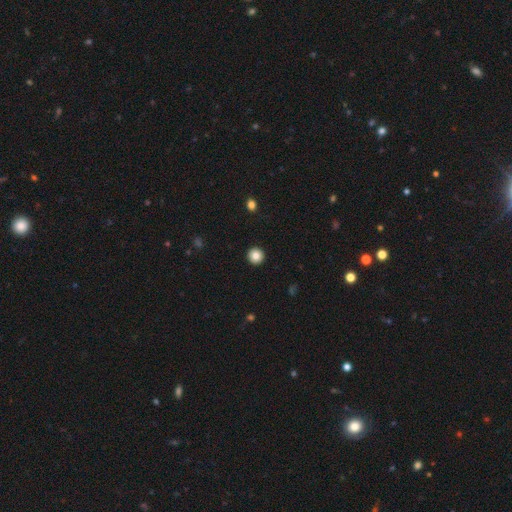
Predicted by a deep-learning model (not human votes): Q: Smooth or featured?
A: smooth (84%); runner-up: star or artifact (9%)
Q: How rounded?
A: round (96%); runner-up: in between (4%)
Q: Merging?
A: none (94%); runner-up: minor disturbance (4%)